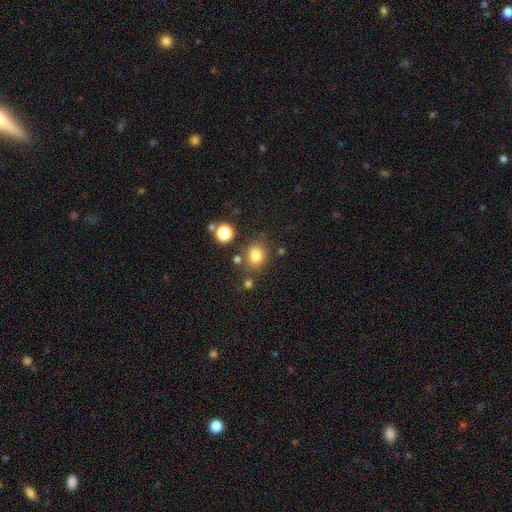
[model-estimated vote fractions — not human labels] This is likely a smooth galaxy (79%). How rounded: likely round (67%). Merging: likely none (71%).